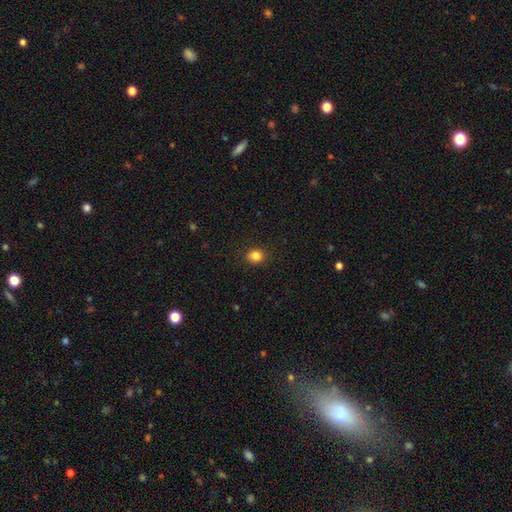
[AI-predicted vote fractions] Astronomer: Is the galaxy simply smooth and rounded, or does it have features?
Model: smooth — 84%.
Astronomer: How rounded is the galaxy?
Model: round — 69%.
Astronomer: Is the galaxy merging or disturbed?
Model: none — 90%.